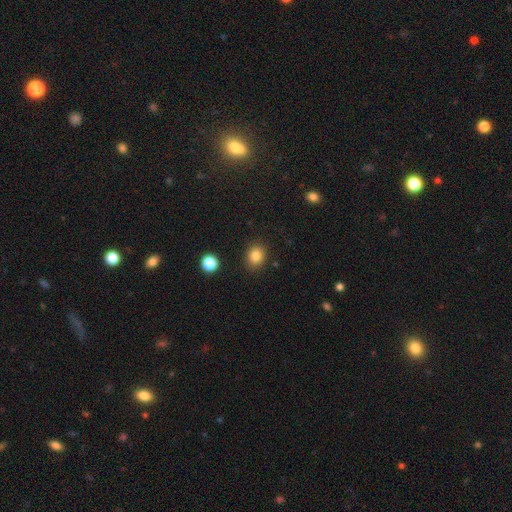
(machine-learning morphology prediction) Smooth or featured?
  - smooth: 84% *
  - star or artifact: 11%
  - featured or disk: 5%
How rounded?
  - round: 67% *
  - in between: 32%
  - cigar-shaped: 1%
Merging?
  - none: 87% *
  - minor disturbance: 8%
  - major disturbance: 3%
  - merger: 2%